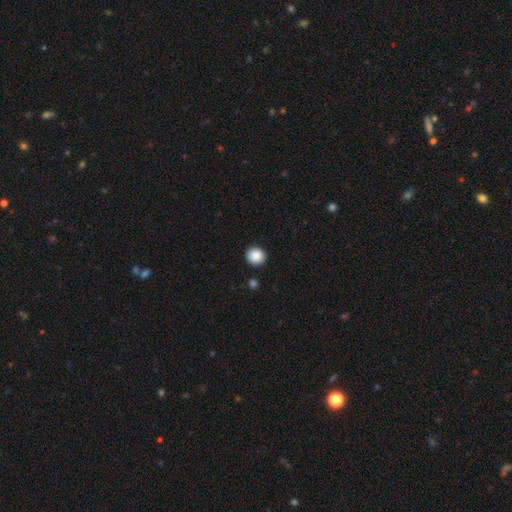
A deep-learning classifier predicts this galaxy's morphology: Smooth or featured? Predicted: smooth (p=0.88). How rounded? Predicted: round (p=0.91). Merging? Predicted: none (p=0.91).